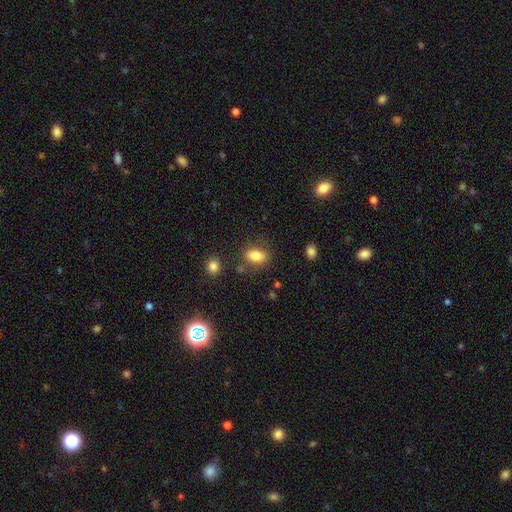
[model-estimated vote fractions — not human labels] Smooth or featured: smooth — 82% (featured or disk — 9%)
How rounded: in between — 85% (round — 12%)
Merging: none — 74% (minor disturbance — 15%)